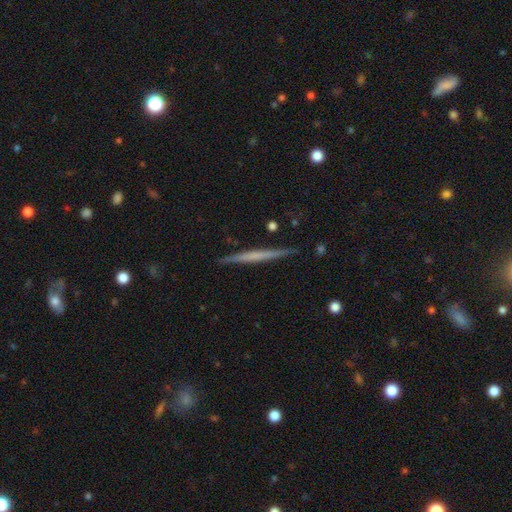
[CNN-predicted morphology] smooth-or-featured: featured or disk: 57% | smooth: 38% | star or artifact: 5%
  disk-edge-on: yes: 98% | no: 2%
    edge-on-bulge: none: 82% | rounded: 11% | boxy: 7%
  merging: none: 91% | minor disturbance: 7% | major disturbance: 1% | merger: 1%